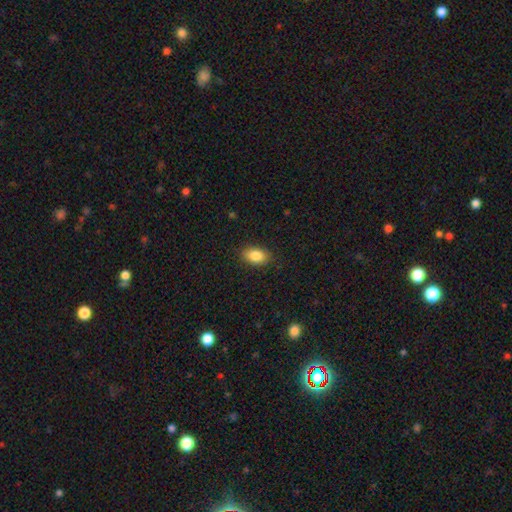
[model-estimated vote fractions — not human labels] Smooth or featured: smooth — 86% (star or artifact — 8%)
How rounded: in between — 89% (round — 9%)
Merging: none — 87% (minor disturbance — 9%)